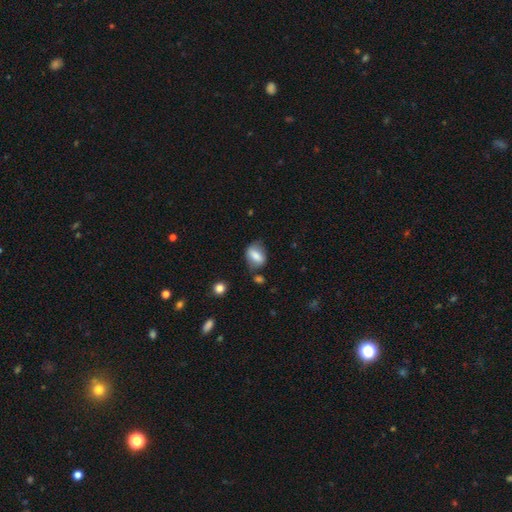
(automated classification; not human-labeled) Smooth or featured?
  - smooth: 71% *
  - featured or disk: 21%
  - star or artifact: 8%
How rounded?
  - in between: 73% *
  - round: 25%
  - cigar-shaped: 3%
Merging?
  - none: 63% *
  - minor disturbance: 23%
  - major disturbance: 8%
  - merger: 5%